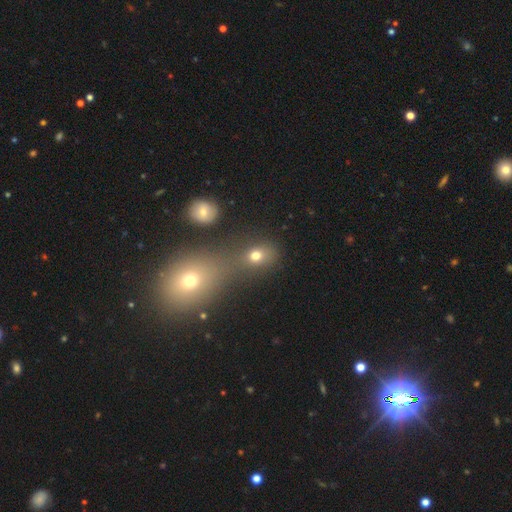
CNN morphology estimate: Smooth or featured?
  - smooth: 70% *
  - star or artifact: 18%
  - featured or disk: 12%
How rounded?
  - in between: 50% *
  - round: 47%
  - cigar-shaped: 3%
Merging?
  - none: 47% *
  - merger: 36%
  - minor disturbance: 10%
  - major disturbance: 7%